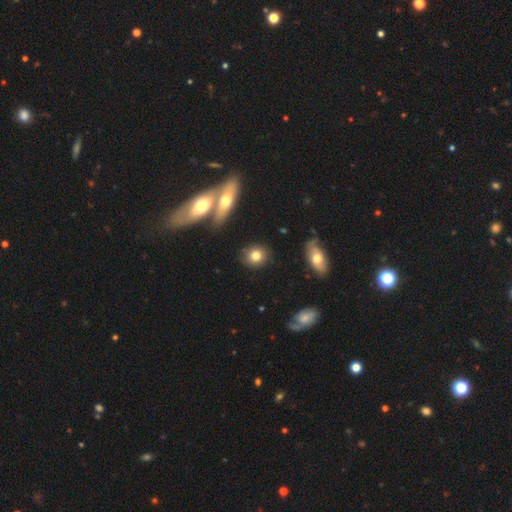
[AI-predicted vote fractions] Smooth or featured? smooth (79%)
How rounded? round (76%)
Merging? none (84%)